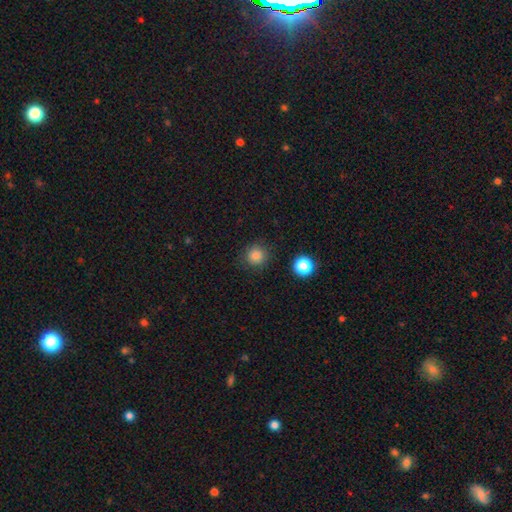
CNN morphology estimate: Overall: smooth (84%). How rounded: round (93%). Merging: none (87%).